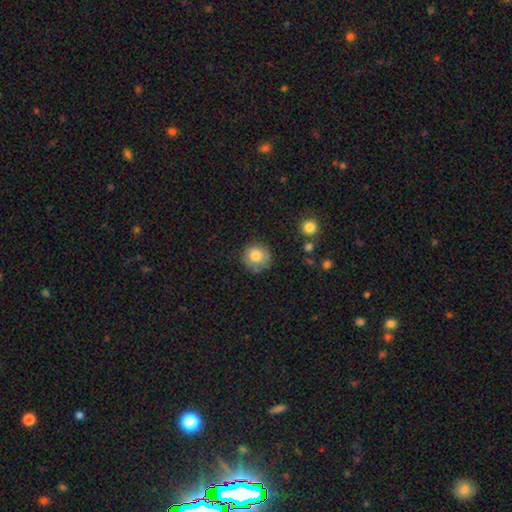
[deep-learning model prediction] smooth_or_featured: smooth (p=0.80) [alt: featured or disk p=0.12]
how_rounded: round (p=0.91) [alt: in between p=0.08]
merging: none (p=0.75) [alt: minor disturbance p=0.18]